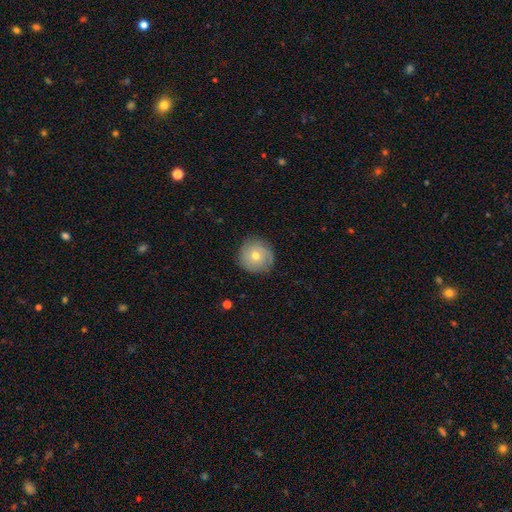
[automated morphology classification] type=smooth (60%); roundness=round (93%); merging=none (84%).